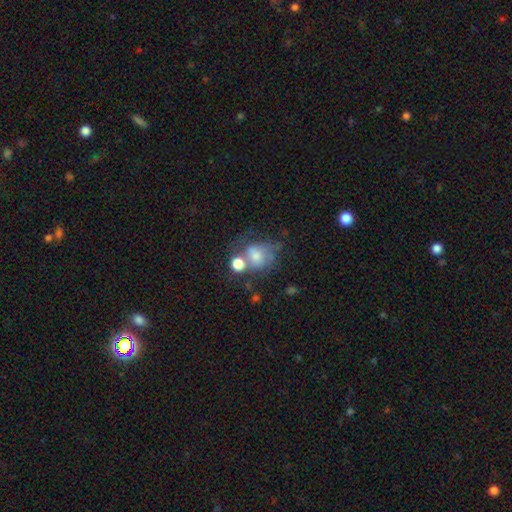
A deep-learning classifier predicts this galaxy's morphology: type=smooth (59%); roundness=round (60%); merging=merger (31%).